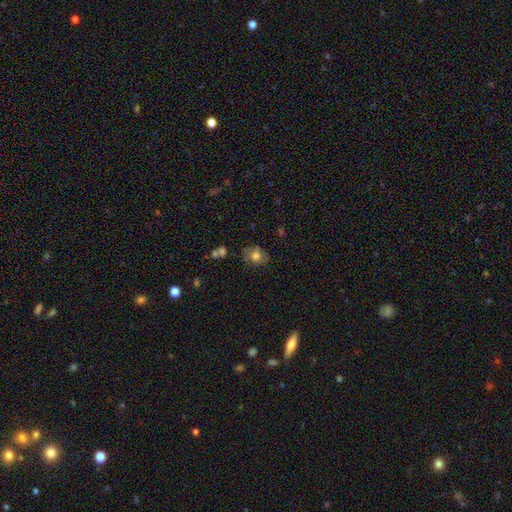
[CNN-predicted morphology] This appears to be a smooth galaxy with no disk features (63%) that is round (51%). Merging: none (63%).